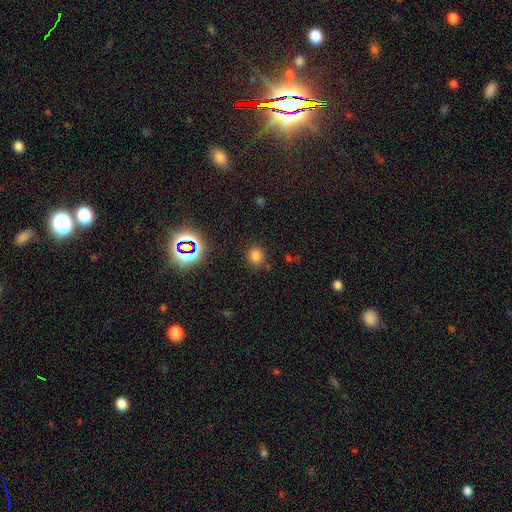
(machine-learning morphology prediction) smooth 75%, star or artifact 20%, featured or disk 6%. Down the decision tree: how rounded — round (72%); merging — none (83%).